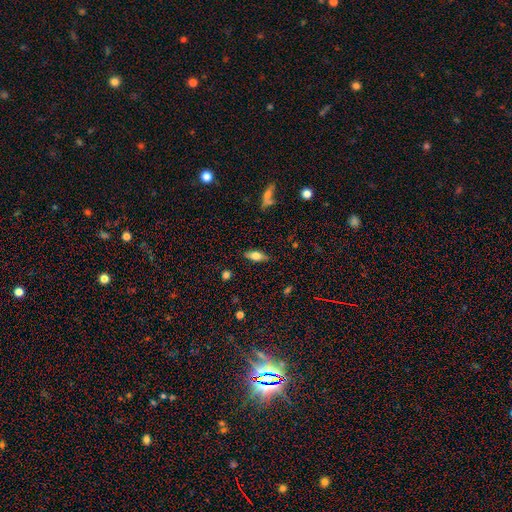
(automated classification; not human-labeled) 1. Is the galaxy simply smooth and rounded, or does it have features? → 62% smooth, 31% featured or disk, 8% star or artifact.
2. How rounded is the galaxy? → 73% in between, 24% cigar-shaped, 3% round.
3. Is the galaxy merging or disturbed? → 85% none, 11% minor disturbance, 3% major disturbance, 1% merger.